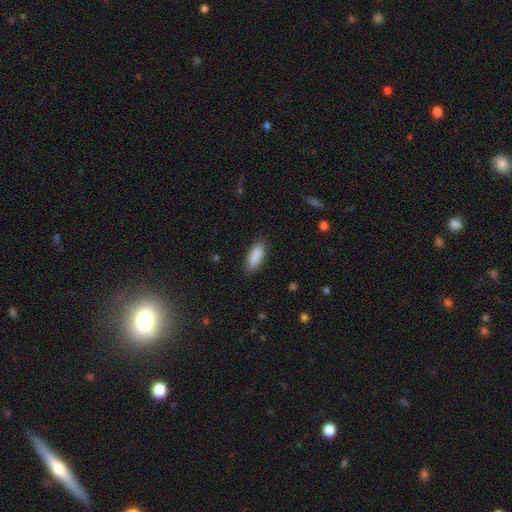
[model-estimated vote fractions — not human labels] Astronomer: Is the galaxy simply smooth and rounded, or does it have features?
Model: smooth — 90%.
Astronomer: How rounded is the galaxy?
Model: in between — 78%.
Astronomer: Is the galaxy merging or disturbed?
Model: none — 87%.